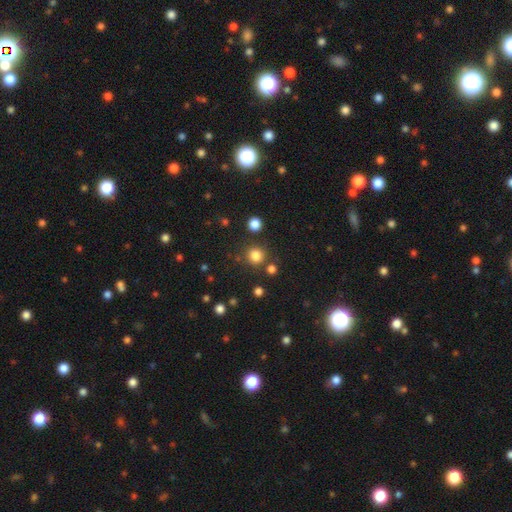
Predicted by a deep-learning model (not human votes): This is clearly a smooth galaxy (82%). How rounded: clearly round (92%). Merging: clearly none (83%).